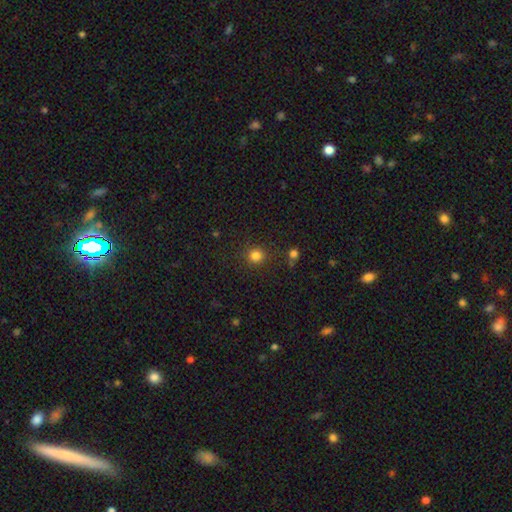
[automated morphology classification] Overall: smooth (81%). How rounded: round (91%). Merging: none (86%).